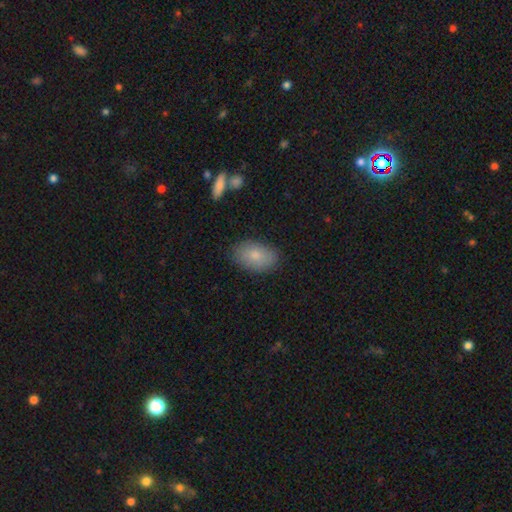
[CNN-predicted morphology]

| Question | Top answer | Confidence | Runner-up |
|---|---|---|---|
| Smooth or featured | smooth | 82% | featured or disk (11%) |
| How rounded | in between | 91% | round (7%) |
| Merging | none | 85% | minor disturbance (11%) |